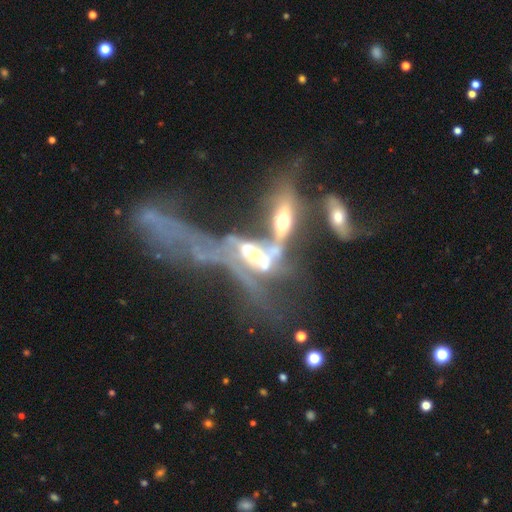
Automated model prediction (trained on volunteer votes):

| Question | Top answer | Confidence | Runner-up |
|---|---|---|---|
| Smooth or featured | featured or disk | 70% | smooth (17%) |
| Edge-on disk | no | 75% | yes (25%) |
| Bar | no | 59% | strong (21%) |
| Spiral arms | no | 58% | yes (42%) |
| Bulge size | moderate | 37% | large (25%) |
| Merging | merger | 67% | major disturbance (22%) |